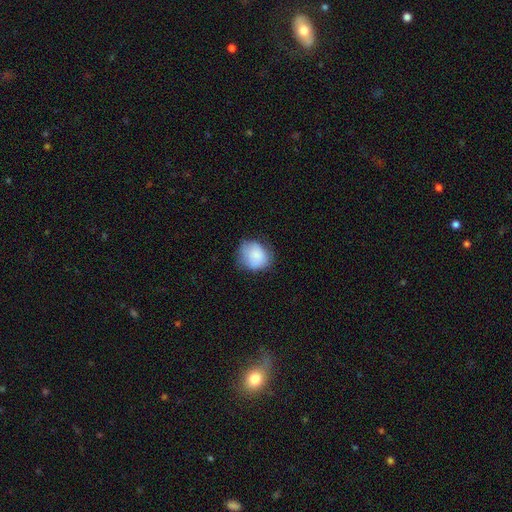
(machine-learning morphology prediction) The model was most divided on "merging": none: 64%, minor disturbance: 27%, major disturbance: 7%, merger: 1%. More confident: smooth or featured — smooth (83%); how rounded — round (71%).